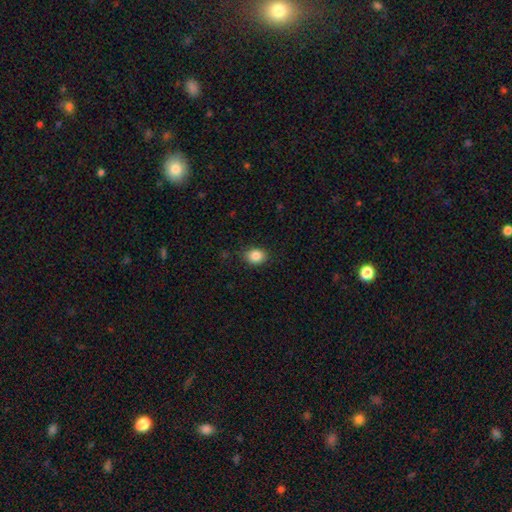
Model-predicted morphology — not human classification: This appears to be a smooth galaxy with no disk features (86%) that is in between round and cigar-shaped (54%). Merging: none (84%).